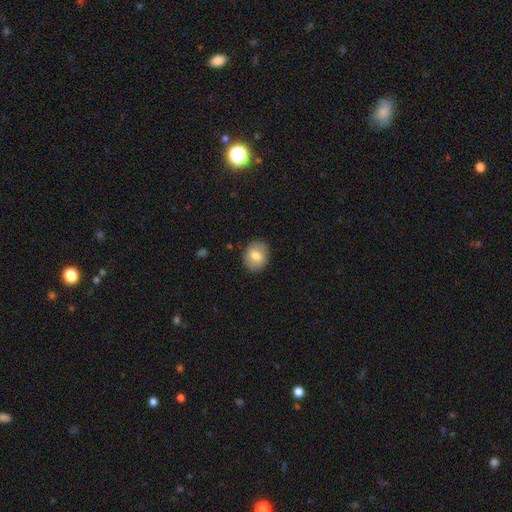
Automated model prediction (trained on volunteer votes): This appears to be a smooth galaxy with no disk features (74%) that is round (60%). Merging: none (88%).